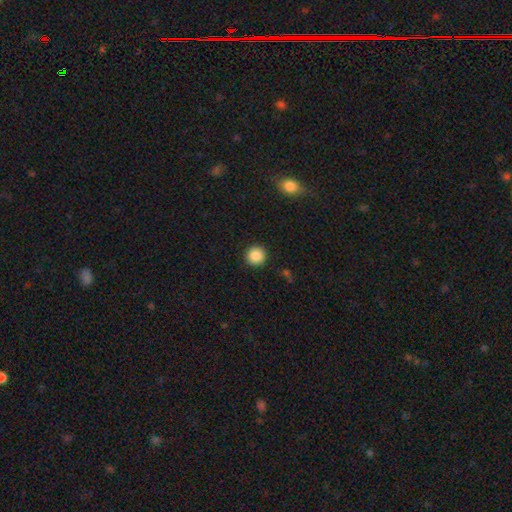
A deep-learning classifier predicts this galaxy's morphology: smooth_or_featured: smooth (p=0.87) [alt: star or artifact p=0.09]
how_rounded: round (p=0.95) [alt: in between p=0.04]
merging: none (p=0.92) [alt: minor disturbance p=0.05]